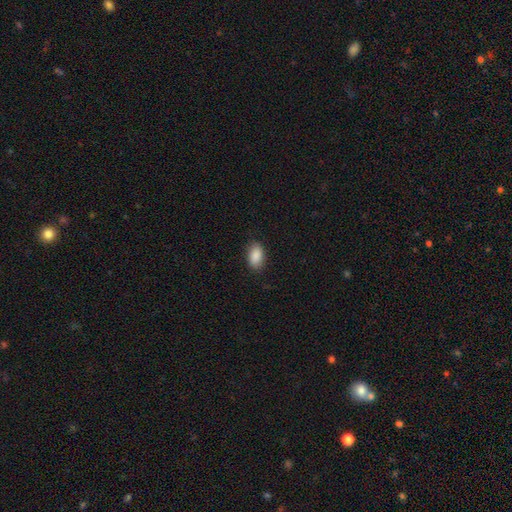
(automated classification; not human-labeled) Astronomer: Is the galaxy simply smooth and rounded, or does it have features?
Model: smooth — 89%.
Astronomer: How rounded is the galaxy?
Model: in between — 92%.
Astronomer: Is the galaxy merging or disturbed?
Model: none — 85%.